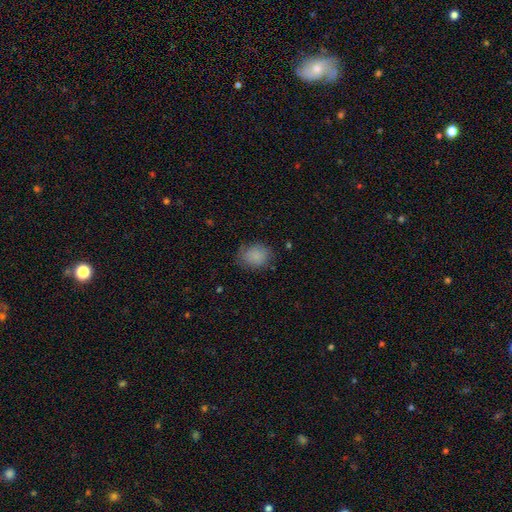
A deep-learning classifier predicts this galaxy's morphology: Smooth or featured? smooth (84%)
How rounded? round (58%)
Merging? none (71%)